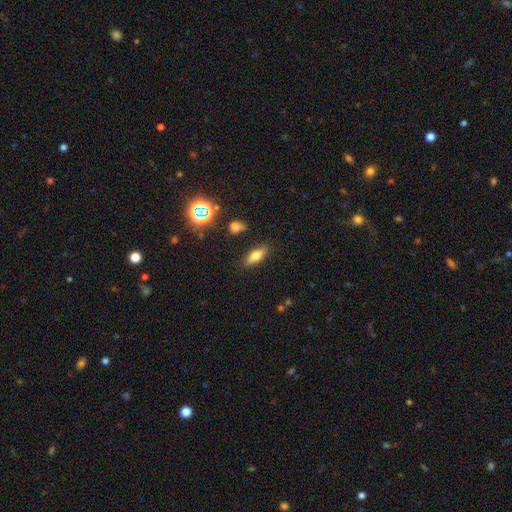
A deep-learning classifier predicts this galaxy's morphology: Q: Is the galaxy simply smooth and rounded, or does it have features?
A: smooth — 64%.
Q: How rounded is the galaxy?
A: in between — 64%.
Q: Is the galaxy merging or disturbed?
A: none — 84%.